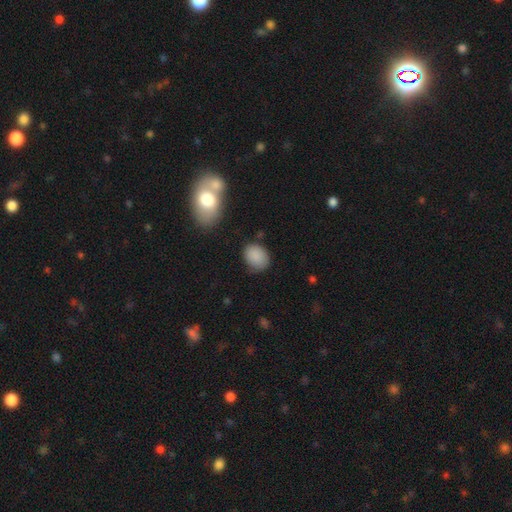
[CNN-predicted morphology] Smooth or featured: smooth — 87% (star or artifact — 8%)
How rounded: in between — 58% (round — 41%)
Merging: none — 76% (minor disturbance — 17%)